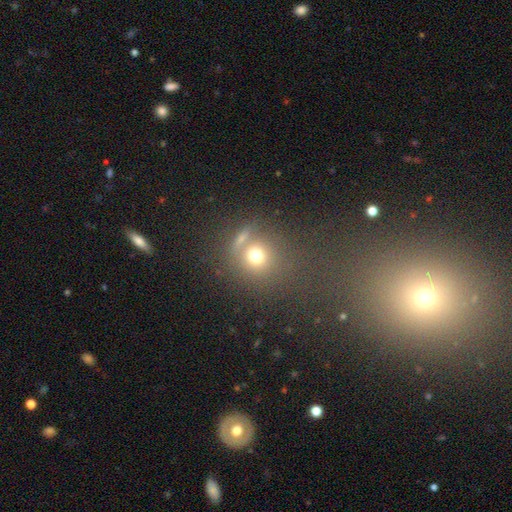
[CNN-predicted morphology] type=smooth (69%); roundness=round (86%); merging=none (63%).